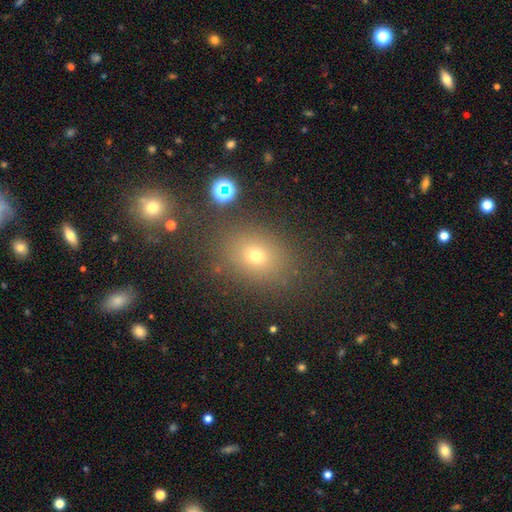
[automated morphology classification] smooth_or_featured: smooth (p=0.67) [alt: star or artifact p=0.21]
how_rounded: in between (p=0.53) [alt: round p=0.46]
merging: none (p=0.81) [alt: minor disturbance p=0.10]